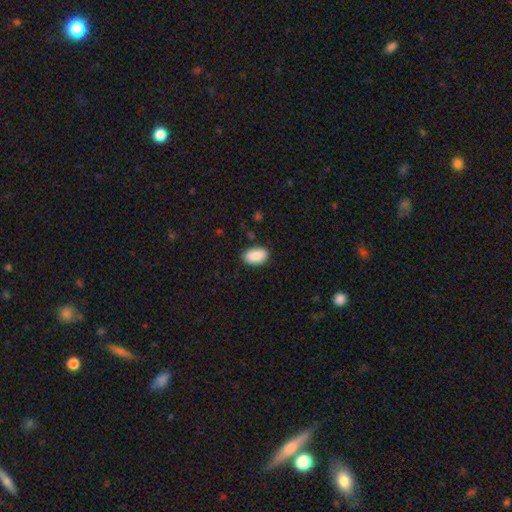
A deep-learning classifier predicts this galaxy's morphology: This appears to be a smooth galaxy with no disk features (89%) that is in between round and cigar-shaped (94%). Merging: none (86%).